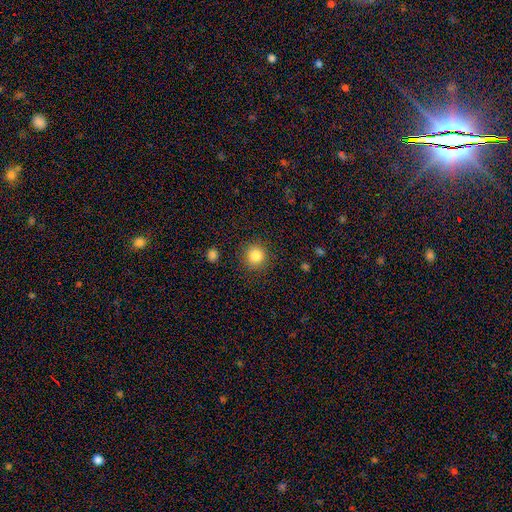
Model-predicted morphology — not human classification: smooth 84%, star or artifact 10%, featured or disk 5%. Down the decision tree: how rounded — round (93%); merging — none (90%).